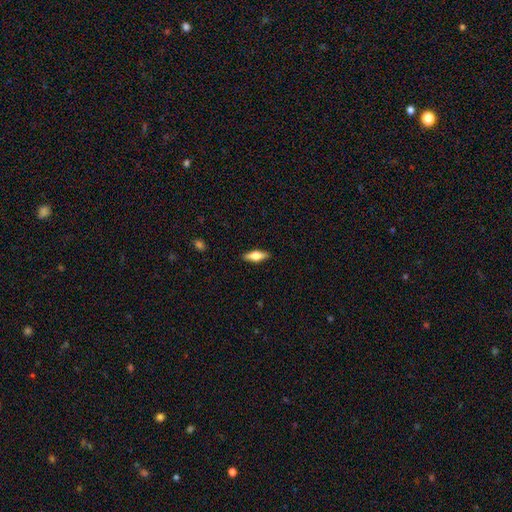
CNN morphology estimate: smooth 55%, featured or disk 39%, star or artifact 6%. Down the decision tree: how rounded — in between (56%); merging — none (89%).